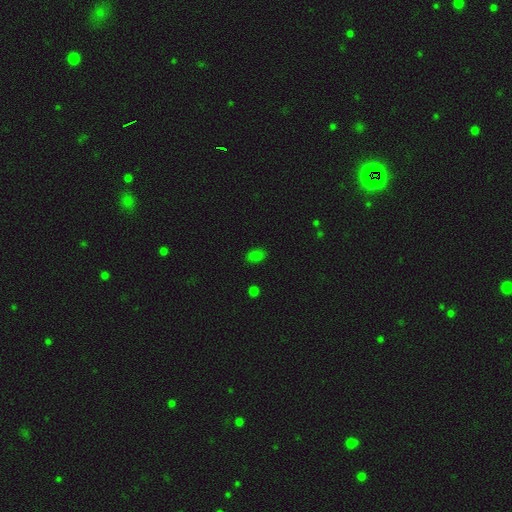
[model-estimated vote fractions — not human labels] Smooth or featured?
  - smooth: 79% *
  - star or artifact: 17%
  - featured or disk: 4%
How rounded?
  - in between: 85% *
  - round: 14%
  - cigar-shaped: 2%
Merging?
  - none: 83% *
  - minor disturbance: 12%
  - major disturbance: 3%
  - merger: 2%